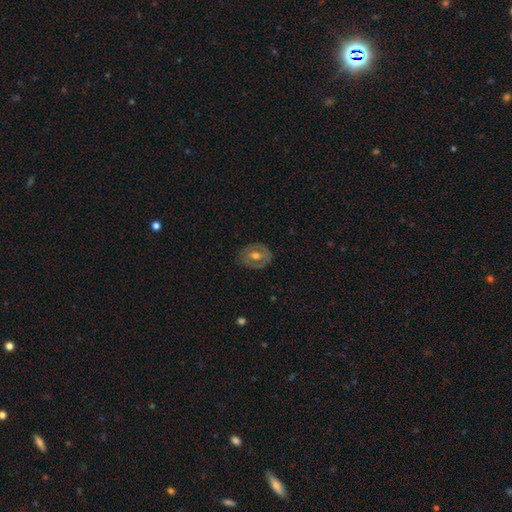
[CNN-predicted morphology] Smooth or featured? Predicted: featured or disk (p=0.55). Edge-on disk? Predicted: no (p=0.94). Bar? Predicted: no (p=0.53). Spiral arms? Predicted: no (p=0.69). Bulge size? Predicted: moderate (p=0.75). Merging? Predicted: none (p=0.80).